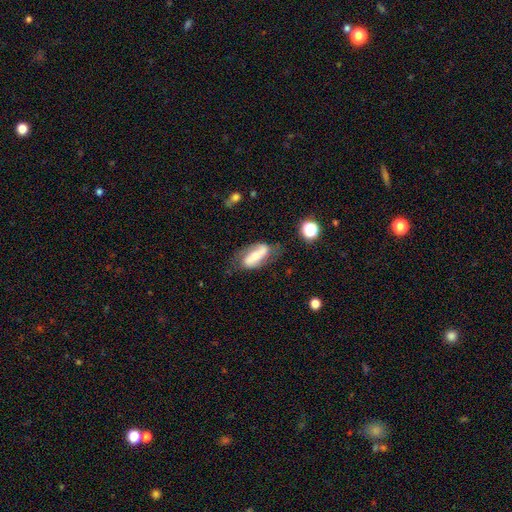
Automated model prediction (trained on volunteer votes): smooth_or_featured: featured or disk (p=0.65) [alt: smooth p=0.28]
disk_edge_on: no (p=0.89) [alt: yes p=0.11]
bar: strong (p=0.45) [alt: no p=0.28]
has_spiral_arms: yes (p=0.84) [alt: no p=0.16]
bulge_size: small (p=0.44) [tied with: moderate p=0.44]
merging: none (p=0.66) [alt: minor disturbance p=0.22]